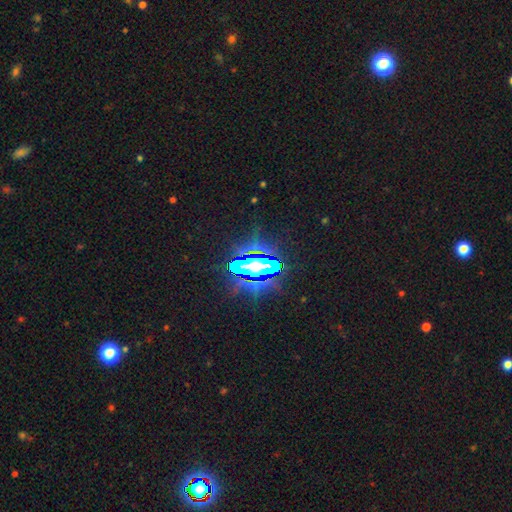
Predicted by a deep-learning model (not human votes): The model was most divided on "smooth or featured": star or artifact: 80%, smooth: 12%, featured or disk: 8%.